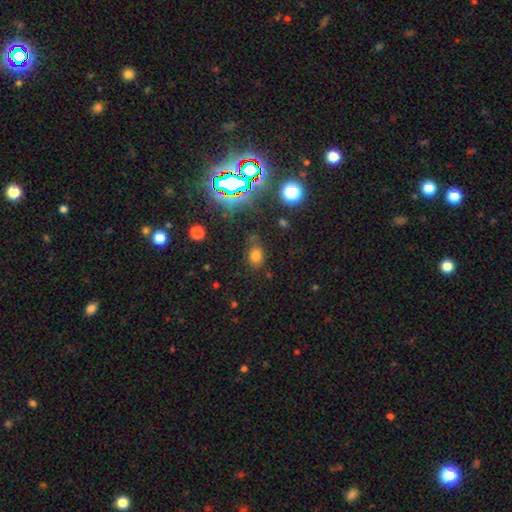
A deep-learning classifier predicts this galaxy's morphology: A smooth galaxy with no disk features (68%) that is in between round and cigar-shaped (62%).

Vote fractions:
- Smooth or featured? smooth: 68% / star or artifact: 24% / featured or disk: 8%
- How rounded? in between: 62% / round: 37% / cigar-shaped: 2%
- Merging? none: 75% / minor disturbance: 16% / major disturbance: 6% / merger: 4%